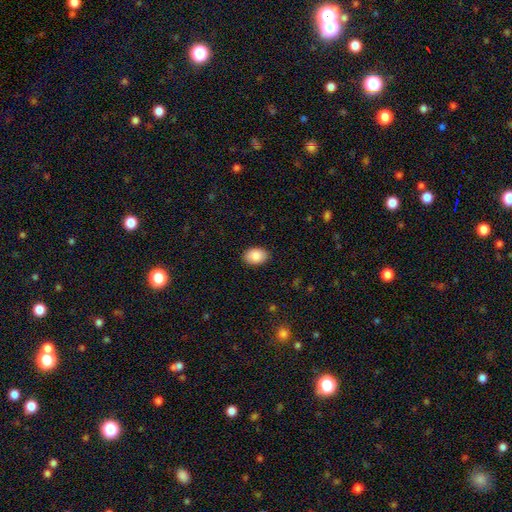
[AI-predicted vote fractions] Smooth or featured?
  - smooth: 89% *
  - star or artifact: 7%
  - featured or disk: 4%
How rounded?
  - in between: 82% *
  - round: 18%
  - cigar-shaped: 1%
Merging?
  - none: 88% *
  - minor disturbance: 9%
  - major disturbance: 2%
  - merger: 1%